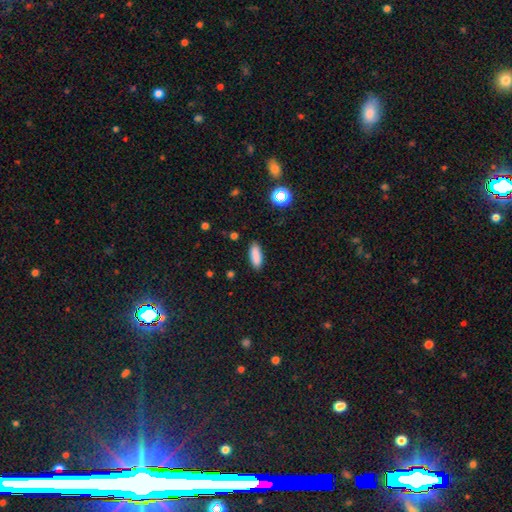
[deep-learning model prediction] The model was most divided on "how rounded": in between: 70%, cigar-shaped: 28%, round: 2%. More confident: merging — none (88%); smooth or featured — smooth (87%).